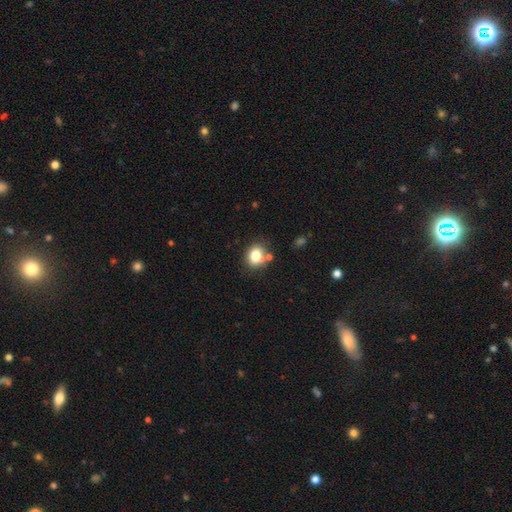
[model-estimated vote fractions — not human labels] smooth-or-featured: smooth: 77% | featured or disk: 12% | star or artifact: 11%
  how-rounded: round: 54% | in between: 45% | cigar-shaped: 1%
  merging: none: 64% | merger: 17% | minor disturbance: 14% | major disturbance: 5%